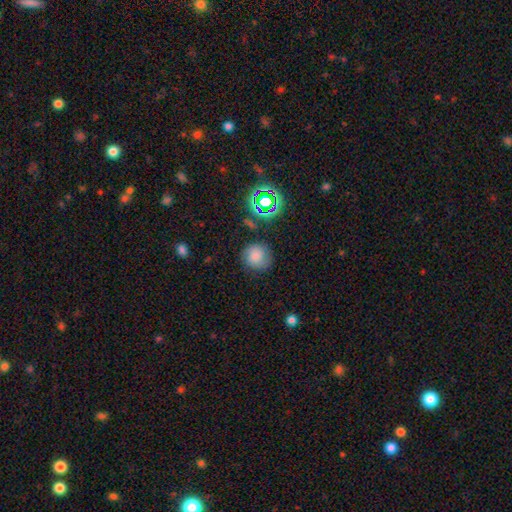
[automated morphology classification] Overall: smooth (64%). How rounded: round (89%). Merging: none (77%).